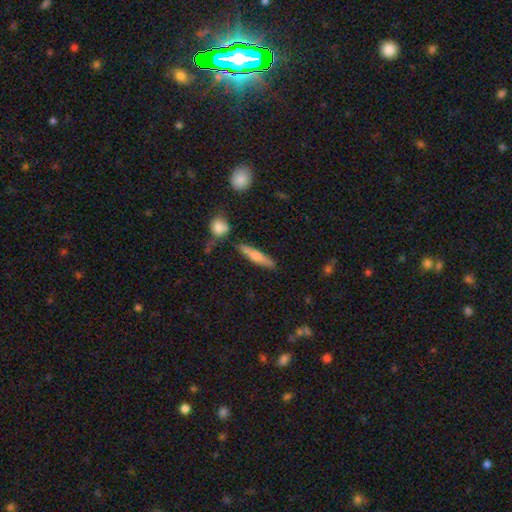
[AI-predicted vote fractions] This is possibly a featured or disk galaxy (47%). Merging: clearly none (83%).